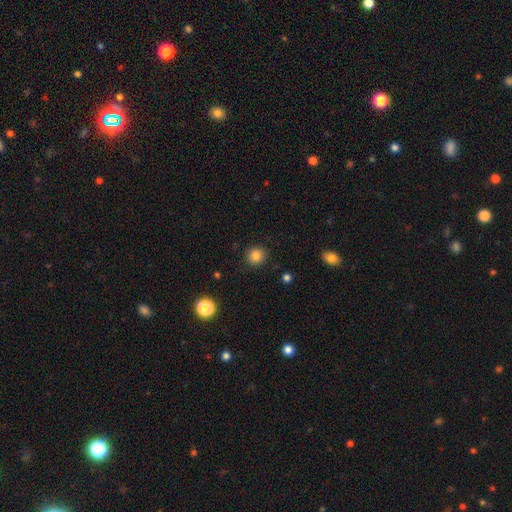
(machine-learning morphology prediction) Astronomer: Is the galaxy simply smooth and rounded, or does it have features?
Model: smooth — 84%.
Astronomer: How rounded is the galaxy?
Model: round — 87%.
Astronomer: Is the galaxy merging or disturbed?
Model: none — 89%.